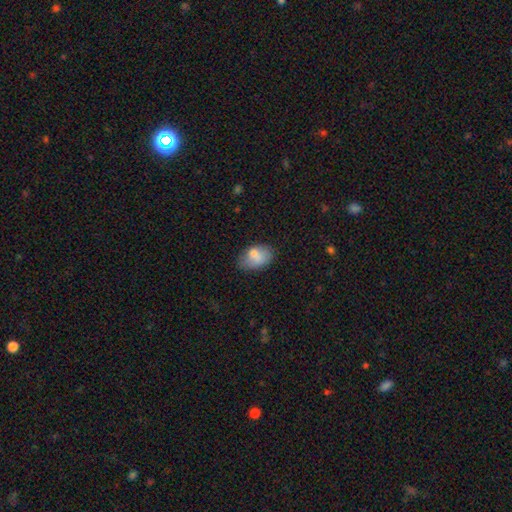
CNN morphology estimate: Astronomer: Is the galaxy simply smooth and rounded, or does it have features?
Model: smooth — 74%.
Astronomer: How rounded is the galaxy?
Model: in between — 83%.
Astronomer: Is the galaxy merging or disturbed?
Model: none — 54%.